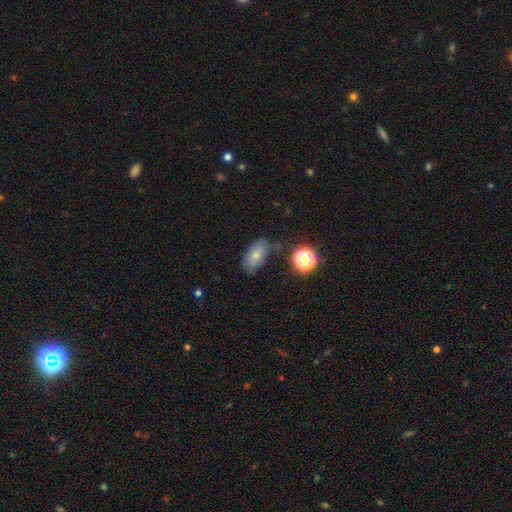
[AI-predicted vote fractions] A smooth galaxy with no disk features (69%) that is in between round and cigar-shaped (88%). Merging: none (63%).